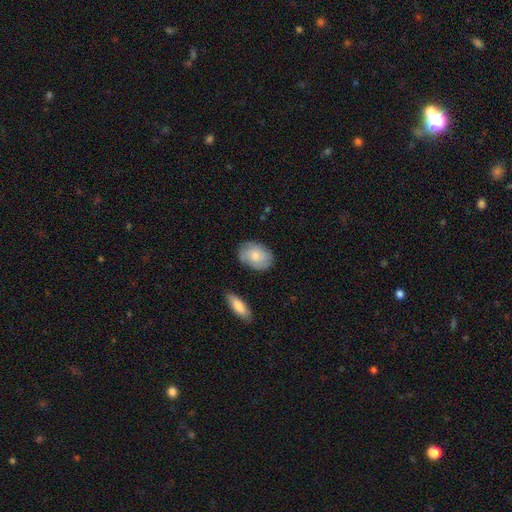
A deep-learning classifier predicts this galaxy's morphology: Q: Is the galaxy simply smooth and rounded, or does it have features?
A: smooth — 68%.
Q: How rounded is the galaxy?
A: in between — 79%.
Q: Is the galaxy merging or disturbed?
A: none — 76%.